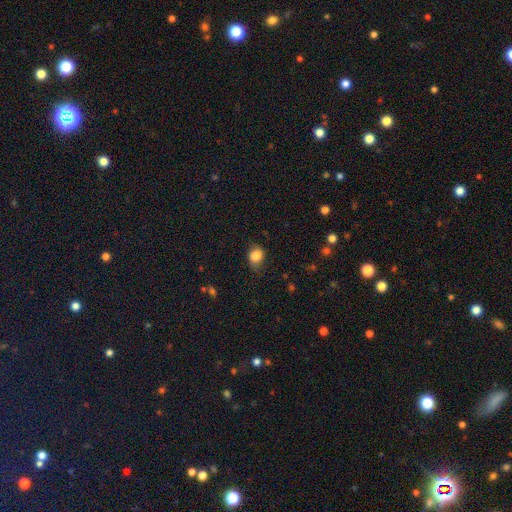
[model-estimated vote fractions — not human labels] This is clearly a smooth galaxy (83%). How rounded: possibly in between (54%). Merging: likely none (62%).